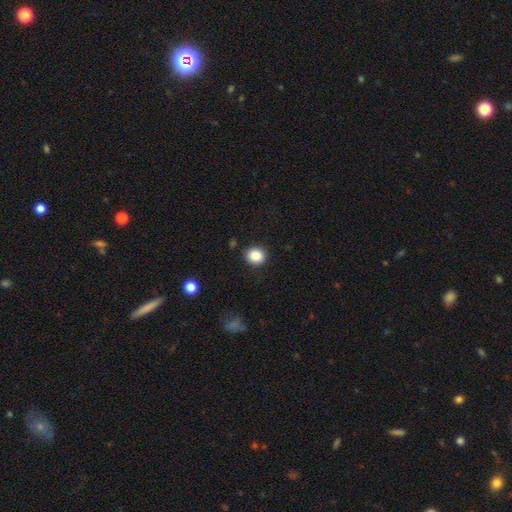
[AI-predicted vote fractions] Overall: smooth (86%). How rounded: round (83%). Merging: none (90%).